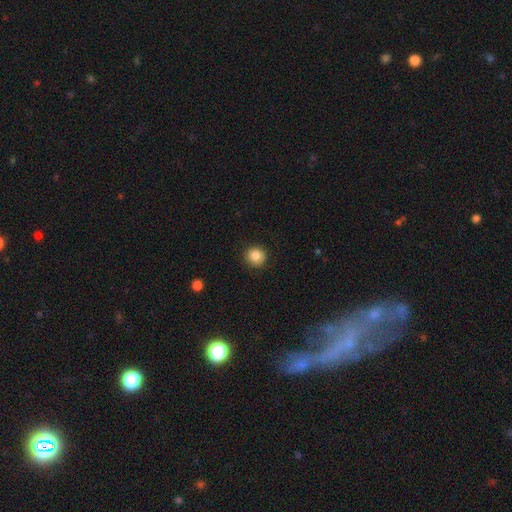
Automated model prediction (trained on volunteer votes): A smooth galaxy with no disk features (86%) that is round (92%). Merging: none (90%).